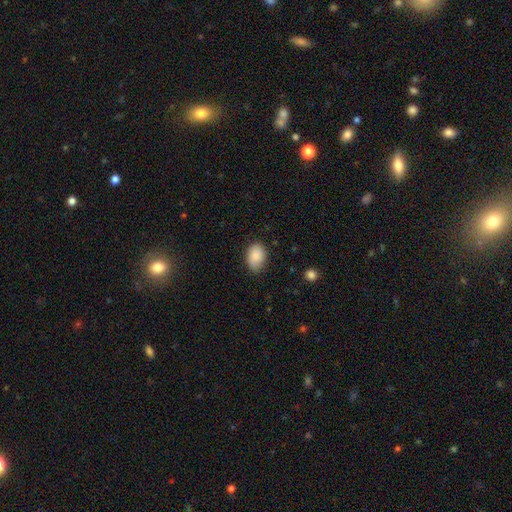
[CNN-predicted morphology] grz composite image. It shows a smooth galaxy with no disk features (87%) that is in between round and cigar-shaped (84%). Merging: none (76%).